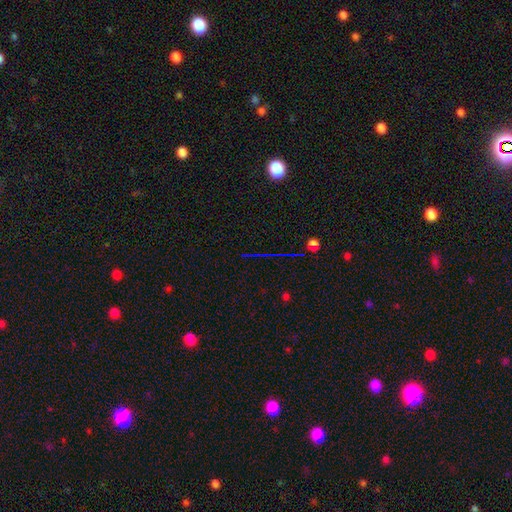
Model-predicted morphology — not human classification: Smooth or featured? Predicted: star or artifact (p=0.77).